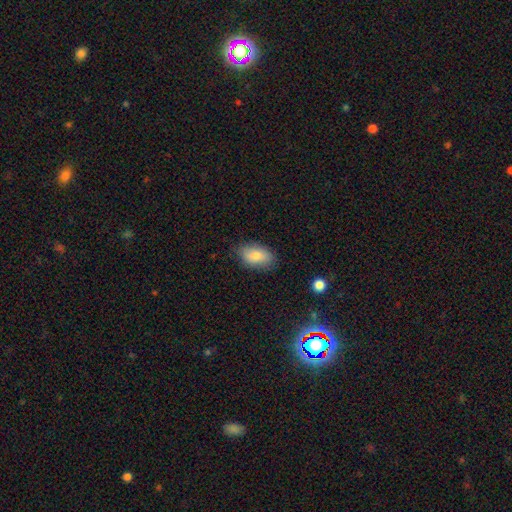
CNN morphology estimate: A smooth galaxy with no disk features (84%) that is in between round and cigar-shaped (91%). Merging: none (79%).